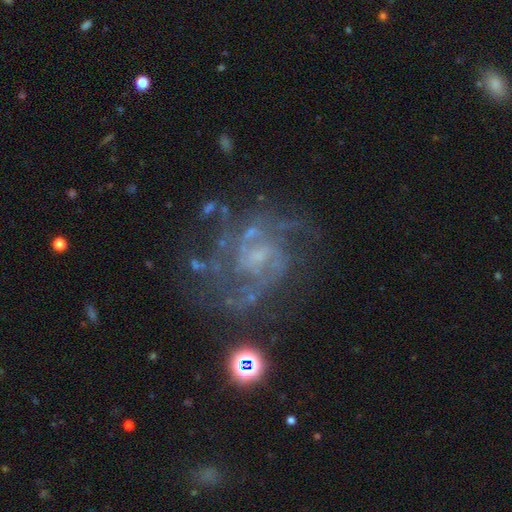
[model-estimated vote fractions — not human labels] Smooth or featured?
  - featured or disk: 80% *
  - star or artifact: 12%
  - smooth: 7%
Edge-on disk?
  - no: 98% *
  - yes: 2%
Bar?
  - no: 53% *
  - weak: 40%
  - strong: 8%
Spiral arms?
  - yes: 88% *
  - no: 12%
Spiral winding?
  - medium: 47% *
  - tight: 36%
  - loose: 16%
Spiral arm count?
  - can't tell: 34% *
  - 2: 31%
  - 3: 17%
  - 4: 7%
  - 1: 5%
  - more than 4: 5%
Bulge size?
  - small: 49% *
  - none: 31%
  - moderate: 17%
  - large: 2%
  - dominant: 1%
Merging?
  - none: 61% *
  - major disturbance: 18%
  - minor disturbance: 17%
  - merger: 4%